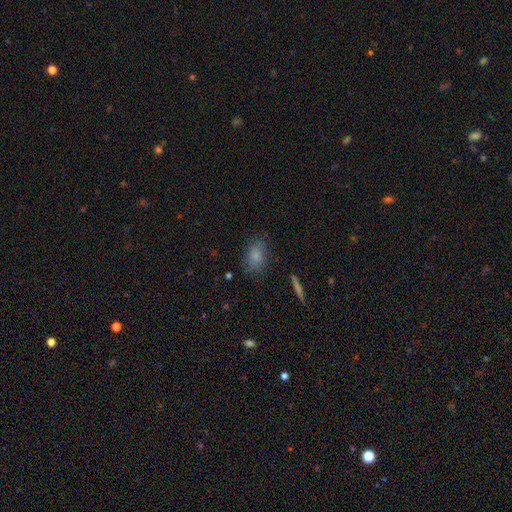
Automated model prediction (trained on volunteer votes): Smooth or featured? smooth (78%)
How rounded? in between (82%)
Merging? none (71%)